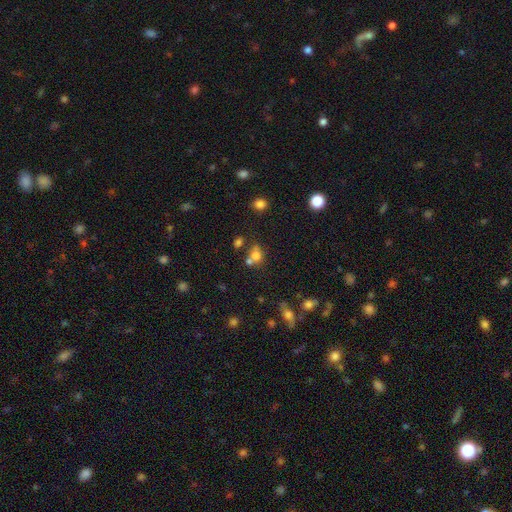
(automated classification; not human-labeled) smooth_or_featured: smooth (p=0.70) [alt: star or artifact p=0.16]
how_rounded: round (p=0.65) [alt: in between p=0.34]
merging: none (p=0.43) [alt: merger p=0.41]